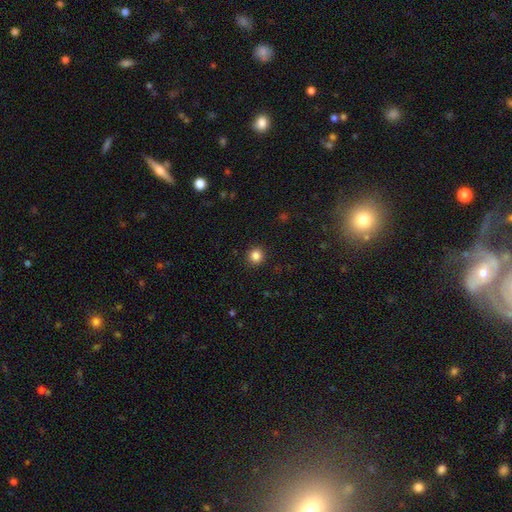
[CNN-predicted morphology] Overall: smooth (85%). How rounded: round (92%). Merging: none (92%).